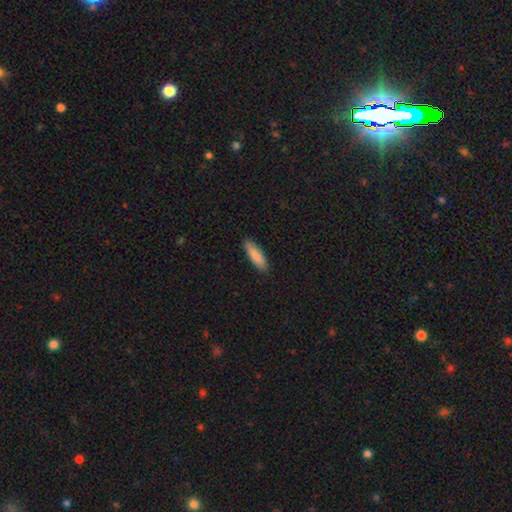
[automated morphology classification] The model was most divided on "how rounded": cigar-shaped: 50%, in between: 48%, round: 1%. More confident: smooth or featured — smooth (87%); merging — none (86%).